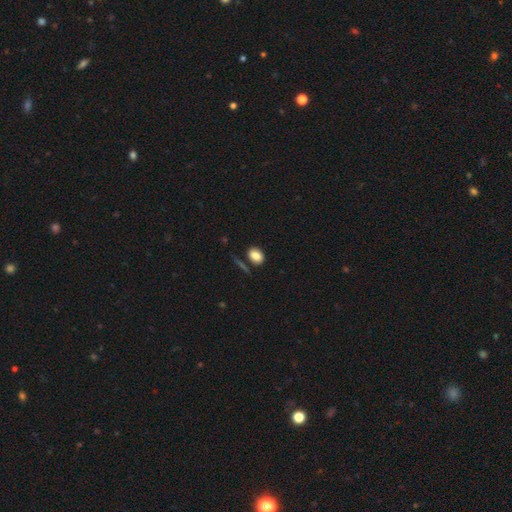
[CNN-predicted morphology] Smooth or featured? Predicted: smooth (p=0.84). How rounded? Predicted: in between (p=0.75). Merging? Predicted: none (p=0.77).